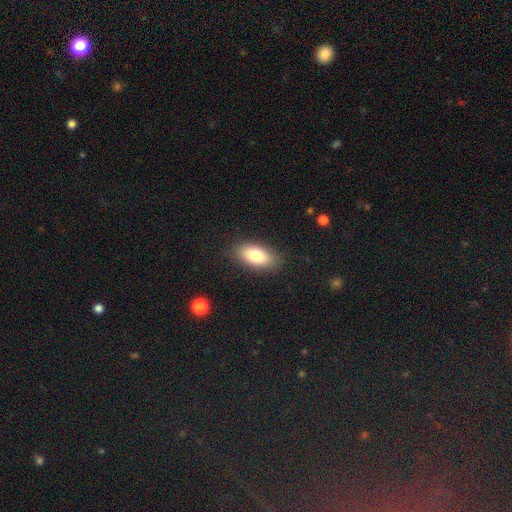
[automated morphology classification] smooth-or-featured: smooth: 80% | featured or disk: 13% | star or artifact: 7%
  how-rounded: in between: 90% | cigar-shaped: 6% | round: 4%
  merging: none: 87% | minor disturbance: 9% | major disturbance: 3% | merger: 1%